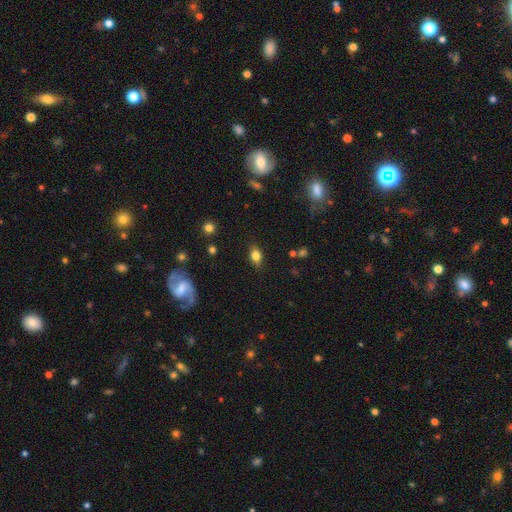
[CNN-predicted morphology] This appears to be a smooth galaxy with no disk features (74%) that is in between round and cigar-shaped (74%). Merging: none (80%).